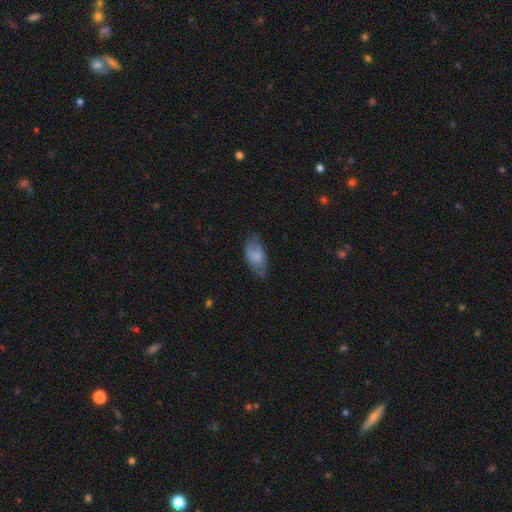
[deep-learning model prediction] smooth 70%, featured or disk 23%, star or artifact 7%. Down the decision tree: how rounded — in between (92%); merging — none (60%).